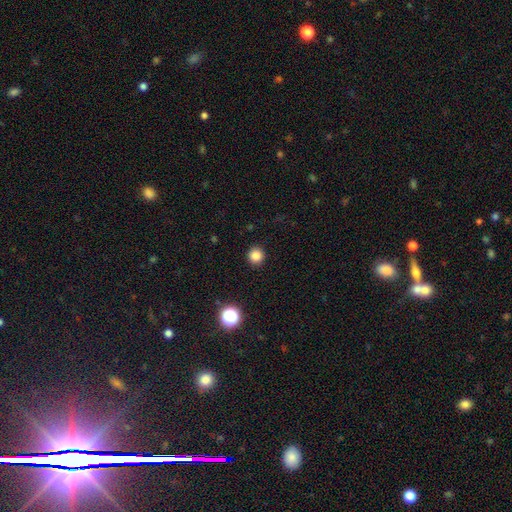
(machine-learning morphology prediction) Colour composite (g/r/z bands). It shows a smooth galaxy with no disk features (84%) that is round (95%). Merging: none (92%).